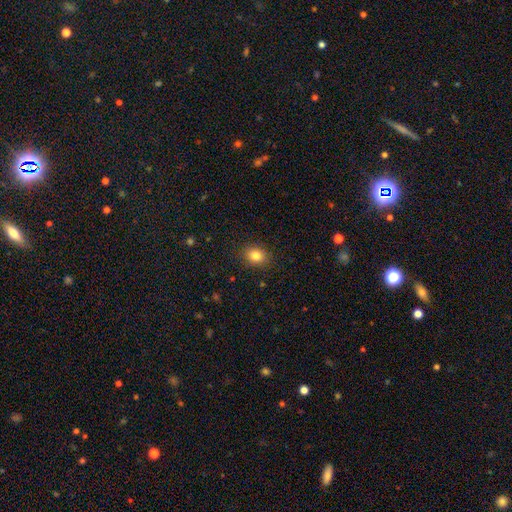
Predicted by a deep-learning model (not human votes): Smooth or featured: smooth — 83% (star or artifact — 10%)
How rounded: round — 50% (in between — 49%)
Merging: none — 88% (minor disturbance — 8%)